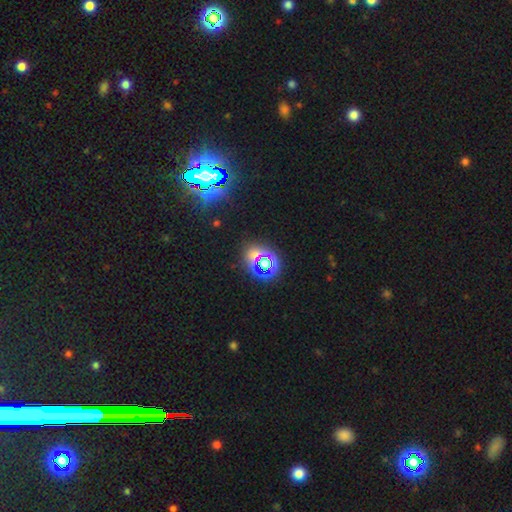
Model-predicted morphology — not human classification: smooth_or_featured: star or artifact (p=0.61) [alt: smooth p=0.28]